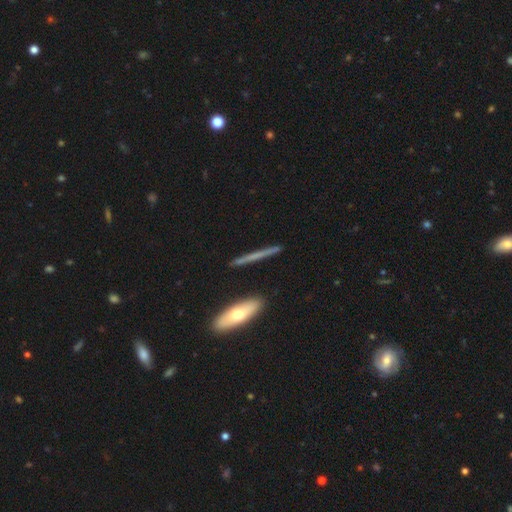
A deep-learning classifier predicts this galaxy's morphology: A featured or disk galaxy (46%).

Vote fractions:
- Smooth or featured? featured or disk: 46% / smooth: 45% / star or artifact: 9%
- Merging? none: 88% / minor disturbance: 8% / merger: 2% / major disturbance: 2%